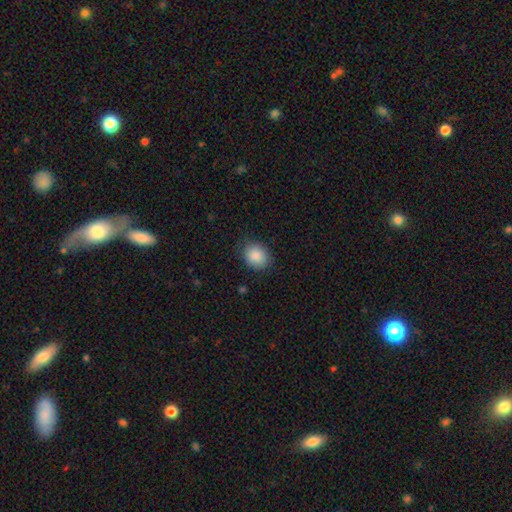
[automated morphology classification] Smooth or featured? smooth (87%)
How rounded? round (63%)
Merging? none (84%)